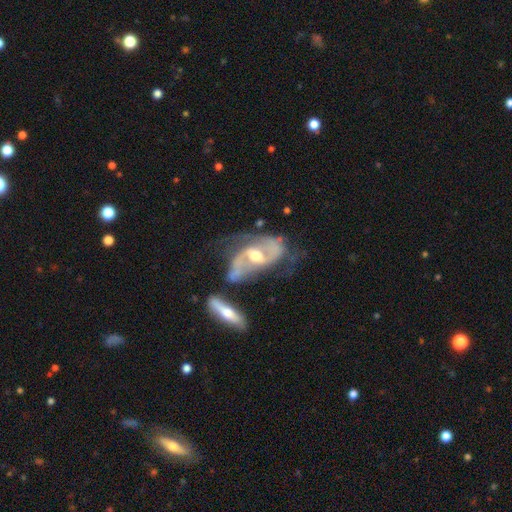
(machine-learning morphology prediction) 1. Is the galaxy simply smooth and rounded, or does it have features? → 87% featured or disk, 7% smooth, 5% star or artifact.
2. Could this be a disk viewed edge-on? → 94% no, 6% yes.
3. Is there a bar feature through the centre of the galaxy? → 44% weak, 35% no, 21% strong.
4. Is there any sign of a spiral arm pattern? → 93% yes, 7% no.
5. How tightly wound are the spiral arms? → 44% medium, 40% loose, 16% tight.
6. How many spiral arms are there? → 85% 2, 8% can't tell, 3% 1, 3% 3, 1% 4, 1% more than 4.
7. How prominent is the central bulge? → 71% moderate, 20% small, 7% large, 2% none, 1% dominant.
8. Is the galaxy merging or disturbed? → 38% none, 21% major disturbance, 21% minor disturbance, 20% merger.